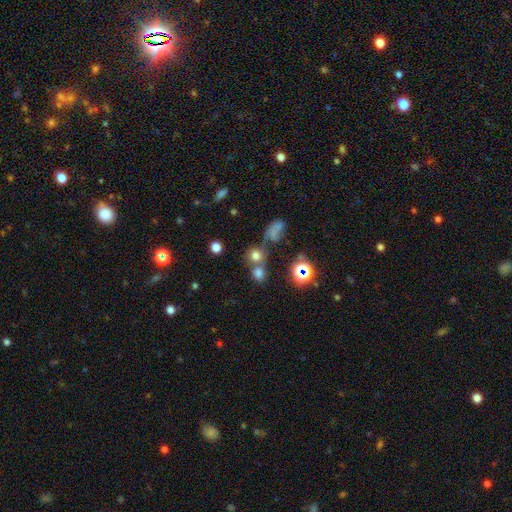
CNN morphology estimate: Q: Smooth or featured?
A: smooth (68%); runner-up: star or artifact (23%)
Q: How rounded?
A: round (80%); runner-up: in between (19%)
Q: Merging?
A: none (51%); runner-up: merger (34%)